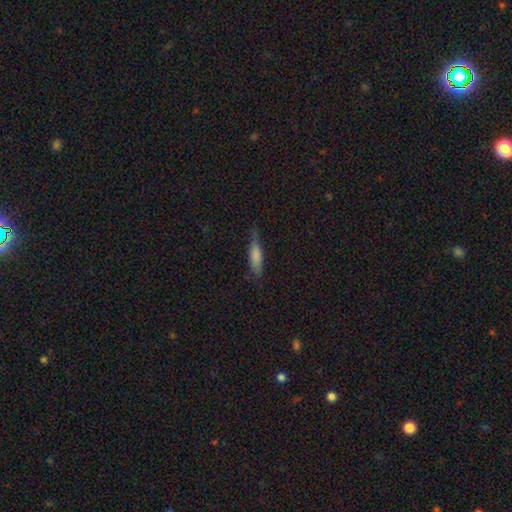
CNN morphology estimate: smooth 76%, featured or disk 18%, star or artifact 7%. Down the decision tree: how rounded — cigar-shaped (58%); merging — none (65%).